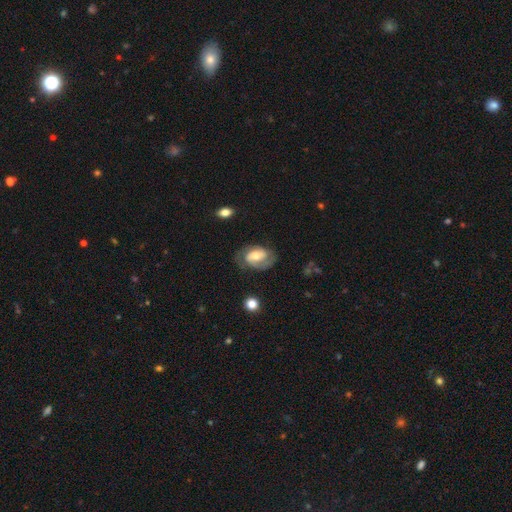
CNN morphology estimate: This appears to be a featured or disk galaxy (68%) with no bar (42%), 2 (68%) tight (43%) spiral arms (86%) and a moderate central bulge (62%). Merging: none (65%).